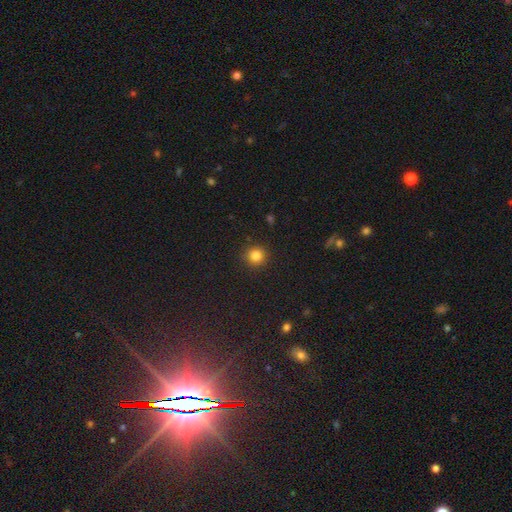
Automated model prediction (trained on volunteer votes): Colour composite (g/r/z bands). It shows a smooth galaxy with no disk features (84%) that is round (93%). Merging: none (90%).